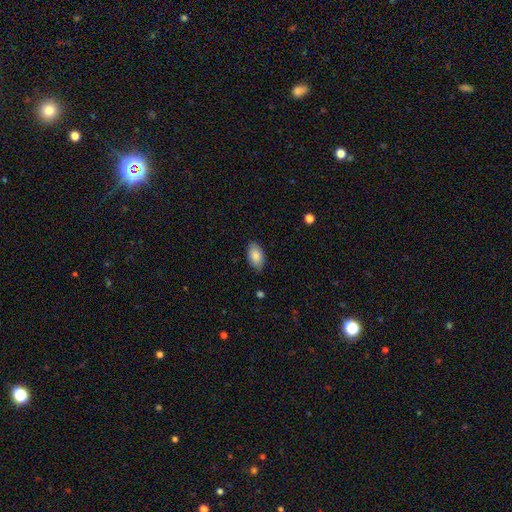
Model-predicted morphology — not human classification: Smooth or featured?
  - smooth: 86% *
  - featured or disk: 8%
  - star or artifact: 6%
How rounded?
  - in between: 94% *
  - round: 5%
  - cigar-shaped: 2%
Merging?
  - none: 83% *
  - minor disturbance: 13%
  - major disturbance: 3%
  - merger: 1%